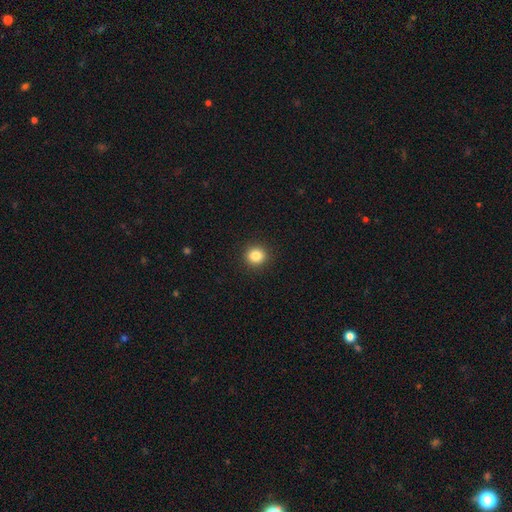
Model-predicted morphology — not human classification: Smooth or featured?
  - smooth: 84% *
  - star or artifact: 11%
  - featured or disk: 5%
How rounded?
  - round: 89% *
  - in between: 10%
  - cigar-shaped: 1%
Merging?
  - none: 92% *
  - minor disturbance: 5%
  - major disturbance: 2%
  - merger: 1%